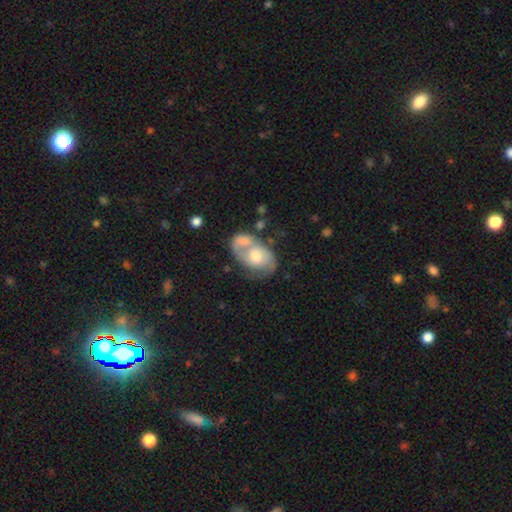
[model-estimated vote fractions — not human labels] smooth-or-featured: featured or disk: 61% | smooth: 32% | star or artifact: 7%
  disk-edge-on: no: 96% | yes: 4%
    bar: no: 75% | weak: 20% | strong: 4%
    has-spiral-arms: yes: 71% | no: 29%
    bulge-size: moderate: 57% | large: 23% | small: 14% | none: 3% | dominant: 2%
  merging: merger: 38% | none: 33% | minor disturbance: 17% | major disturbance: 13%